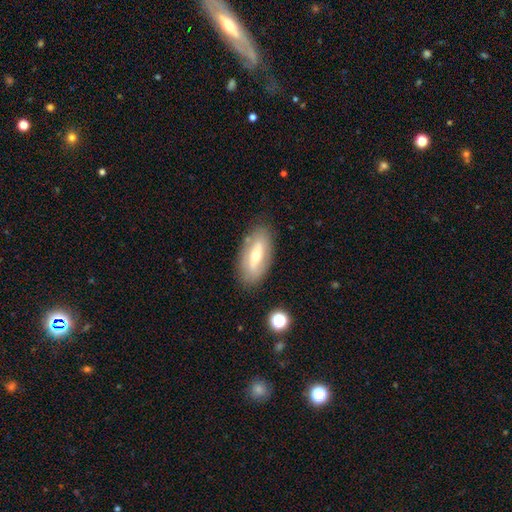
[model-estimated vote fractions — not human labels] Smooth or featured? Predicted: featured or disk (p=0.55). Edge-on disk? Predicted: no (p=0.78). Merging? Predicted: none (p=0.83).